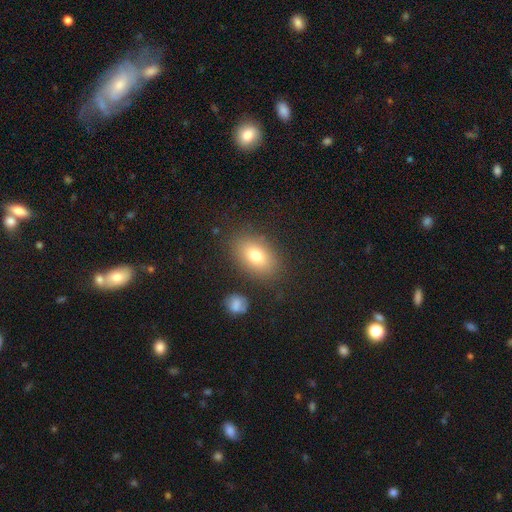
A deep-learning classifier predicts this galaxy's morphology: This appears to be a smooth galaxy with no disk features (77%) that is in between round and cigar-shaped (84%). Merging: none (82%).